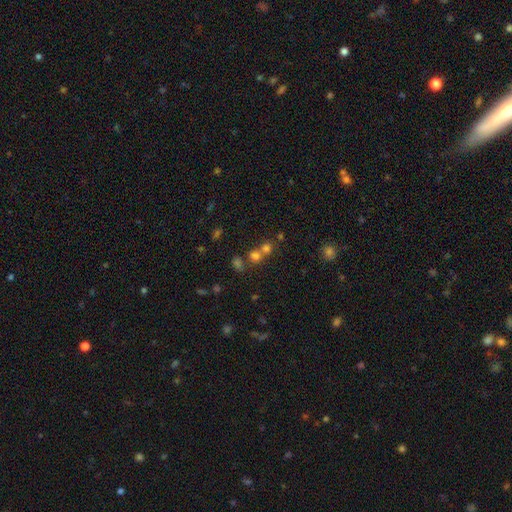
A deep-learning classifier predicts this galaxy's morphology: smooth 65%, star or artifact 24%, featured or disk 11%. Down the decision tree: how rounded — round (79%); merging — merger (46%).